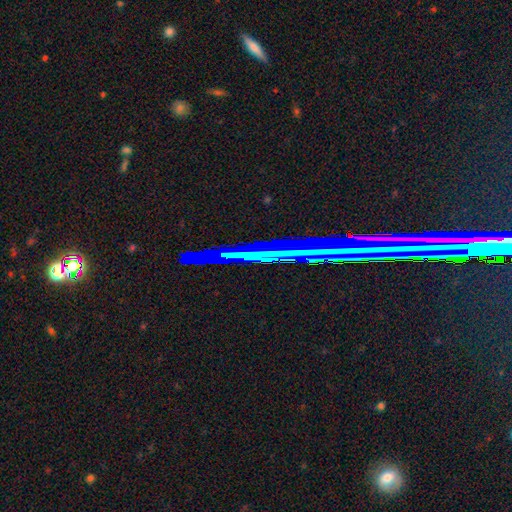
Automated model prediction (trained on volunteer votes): This is possibly a star or artifact rather than a galaxy (56%).